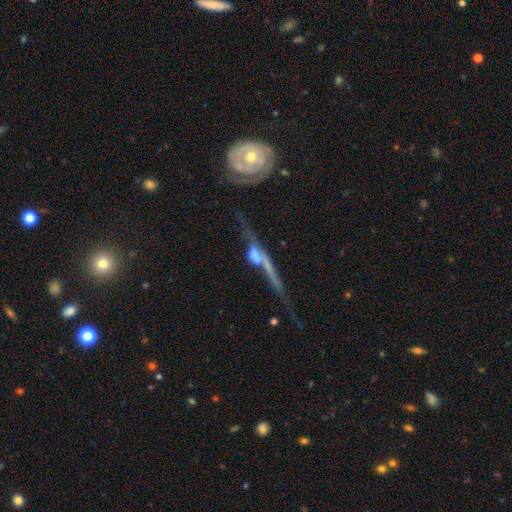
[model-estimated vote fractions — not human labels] Q: Smooth or featured?
A: featured or disk (70%); runner-up: smooth (20%)
Q: Edge-on disk?
A: yes (75%); runner-up: no (25%)
Q: Edge-on bulge?
A: rounded (58%); runner-up: boxy (22%)
Q: Merging?
A: none (35%); runner-up: merger (31%)